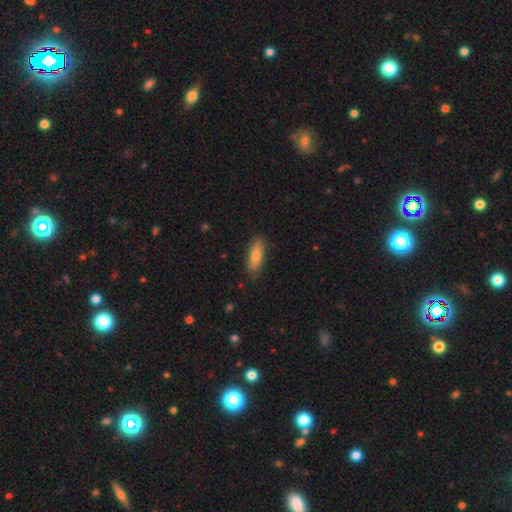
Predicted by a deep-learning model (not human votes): A smooth galaxy with no disk features (75%) that is in between round and cigar-shaped (61%).

Vote fractions:
- Smooth or featured? smooth: 75% / featured or disk: 19% / star or artifact: 6%
- How rounded? in between: 61% / cigar-shaped: 36% / round: 2%
- Merging? none: 84% / minor disturbance: 13% / major disturbance: 2% / merger: 1%